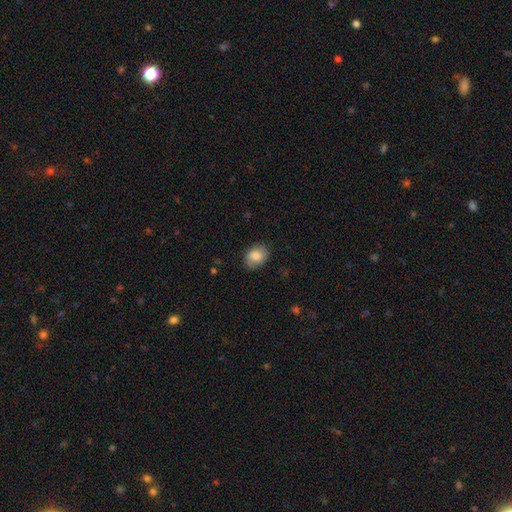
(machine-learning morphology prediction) Smooth or featured: smooth — 80% (featured or disk — 13%)
How rounded: in between — 58% (round — 41%)
Merging: none — 79% (minor disturbance — 16%)